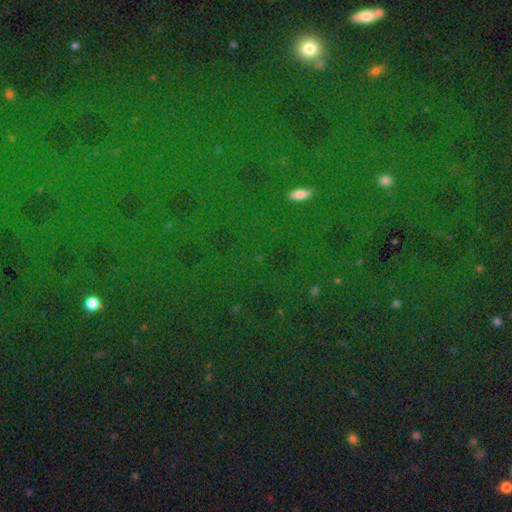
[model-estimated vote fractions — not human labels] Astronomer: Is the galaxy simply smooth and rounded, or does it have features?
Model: star or artifact — 79%.